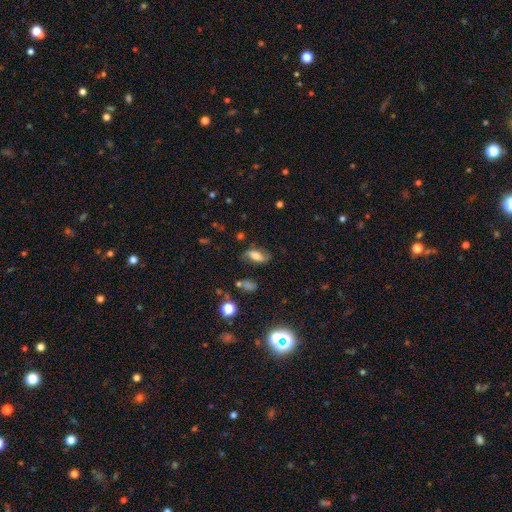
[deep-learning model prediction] Q: Smooth or featured?
A: smooth (45%); runner-up: featured or disk (44%)
Q: Merging?
A: none (65%); runner-up: minor disturbance (22%)